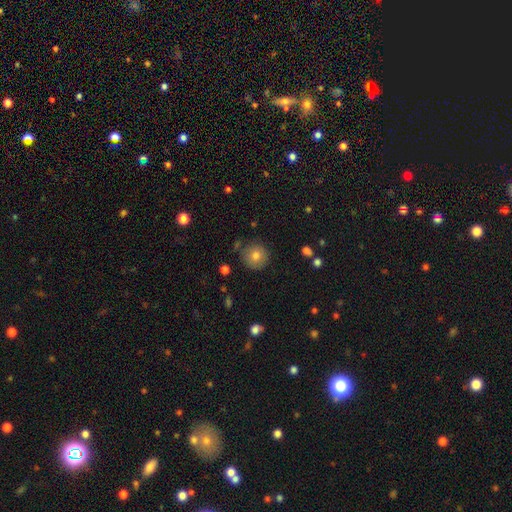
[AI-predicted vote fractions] A smooth galaxy with no disk features (78%) that is round (94%). Merging: none (84%).